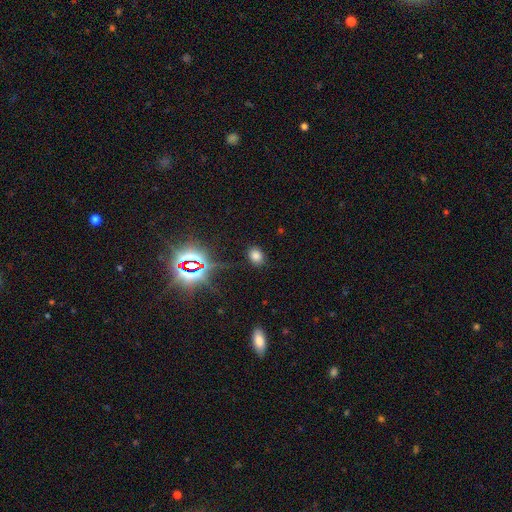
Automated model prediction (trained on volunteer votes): A smooth galaxy with no disk features (71%) that is in between round and cigar-shaped (54%). Merging: none (84%).